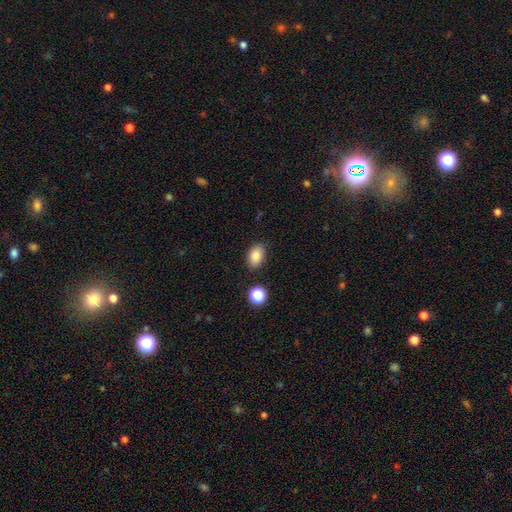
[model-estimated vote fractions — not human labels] smooth 85%, star or artifact 9%, featured or disk 6%. Down the decision tree: how rounded — in between (86%); merging — none (85%).